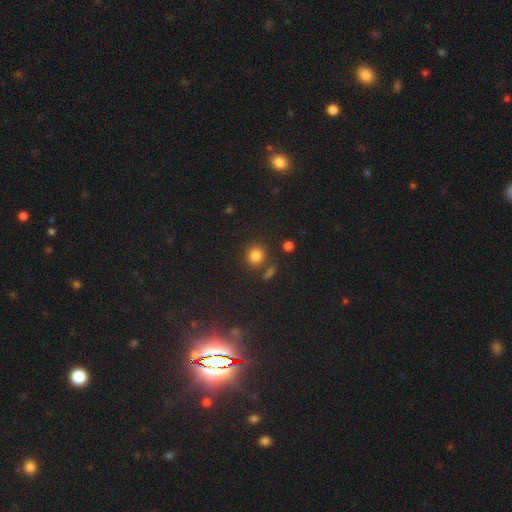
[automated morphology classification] Smooth or featured?
  - smooth: 80% *
  - star or artifact: 14%
  - featured or disk: 6%
How rounded?
  - round: 85% *
  - in between: 14%
  - cigar-shaped: 1%
Merging?
  - none: 79% *
  - minor disturbance: 9%
  - merger: 9%
  - major disturbance: 4%